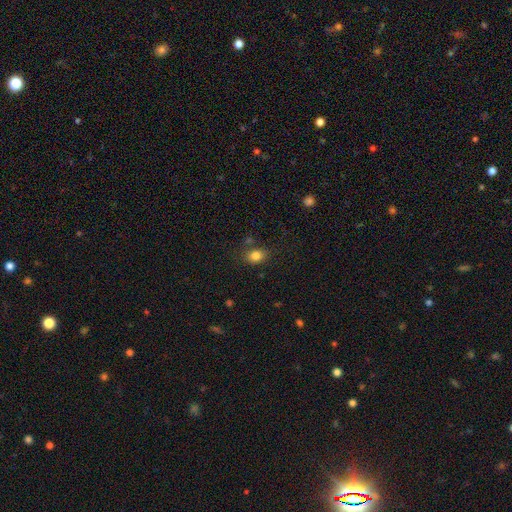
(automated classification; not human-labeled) A smooth galaxy with no disk features (82%) that is in between round and cigar-shaped (57%). Merging: none (75%).